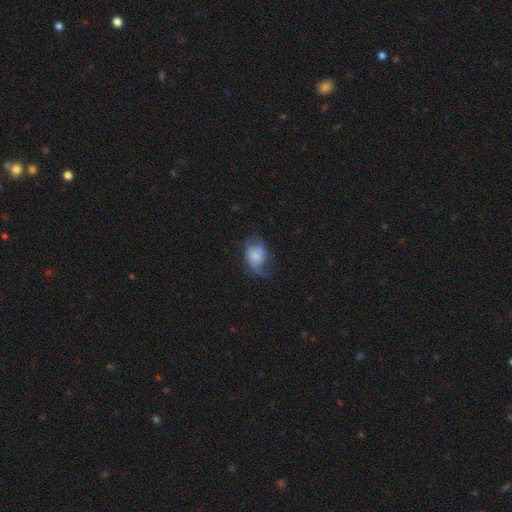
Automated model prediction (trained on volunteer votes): Smooth or featured? Predicted: smooth (p=0.54). How rounded? Predicted: in between (p=0.75). Merging? Predicted: none (p=0.36).